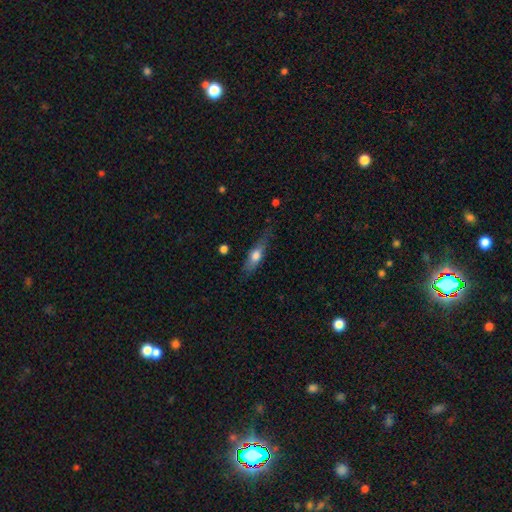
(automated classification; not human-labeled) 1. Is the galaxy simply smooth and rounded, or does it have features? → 61% smooth, 33% featured or disk, 7% star or artifact.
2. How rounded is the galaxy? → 51% cigar-shaped, 45% in between, 4% round.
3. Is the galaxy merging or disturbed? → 65% none, 25% minor disturbance, 7% major disturbance, 2% merger.